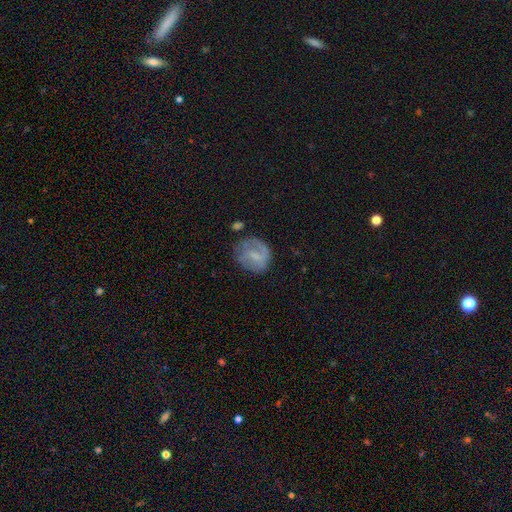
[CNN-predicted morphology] The model was most divided on "smooth or featured": smooth: 46%, featured or disk: 45%, star or artifact: 8%. More confident: merging — none (54%).